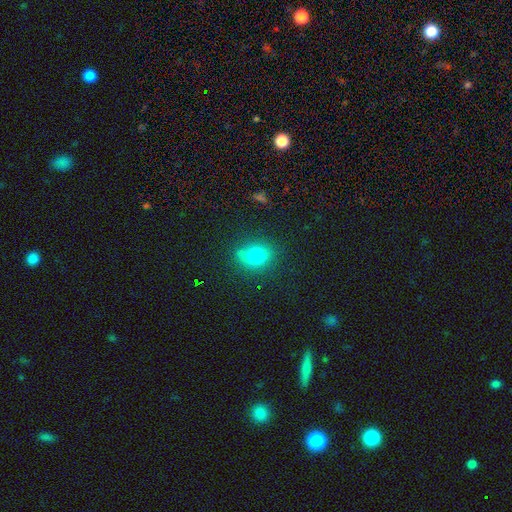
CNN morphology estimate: A smooth galaxy with no disk features (76%) that is in between round and cigar-shaped (52%).

Vote fractions:
- Smooth or featured? smooth: 76% / star or artifact: 13% / featured or disk: 10%
- How rounded? in between: 52% / round: 47% / cigar-shaped: 2%
- Merging? none: 70% / minor disturbance: 19% / major disturbance: 6% / merger: 5%